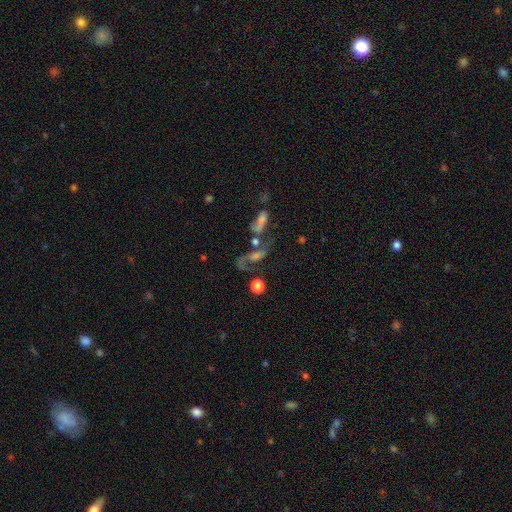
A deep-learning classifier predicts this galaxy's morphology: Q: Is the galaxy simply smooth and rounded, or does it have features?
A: featured or disk — 65%.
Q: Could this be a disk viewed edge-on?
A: no — 91%.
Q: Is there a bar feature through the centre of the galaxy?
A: no — 50%.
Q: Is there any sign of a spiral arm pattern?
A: yes — 84%.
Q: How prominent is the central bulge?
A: moderate — 36%.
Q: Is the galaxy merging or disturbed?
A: merger — 37%.